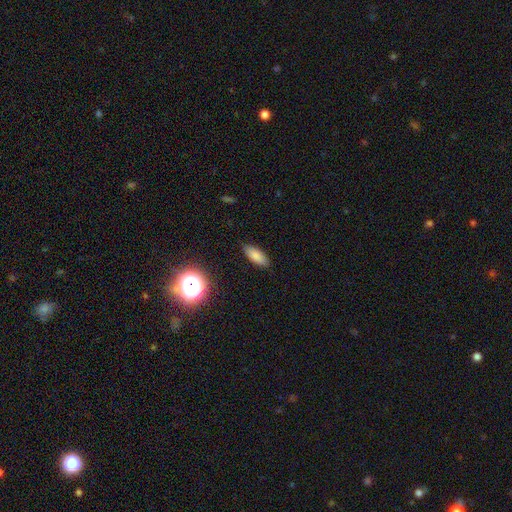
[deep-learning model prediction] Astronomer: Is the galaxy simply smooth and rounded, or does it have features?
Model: smooth — 81%.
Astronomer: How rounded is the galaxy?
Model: in between — 77%.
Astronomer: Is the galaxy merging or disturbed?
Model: none — 85%.